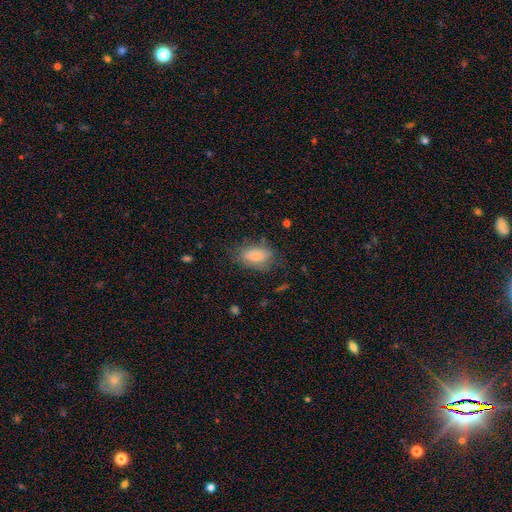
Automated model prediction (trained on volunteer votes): Q: Smooth or featured?
A: smooth (80%); runner-up: featured or disk (12%)
Q: How rounded?
A: in between (88%); runner-up: cigar-shaped (7%)
Q: Merging?
A: none (66%); runner-up: minor disturbance (23%)